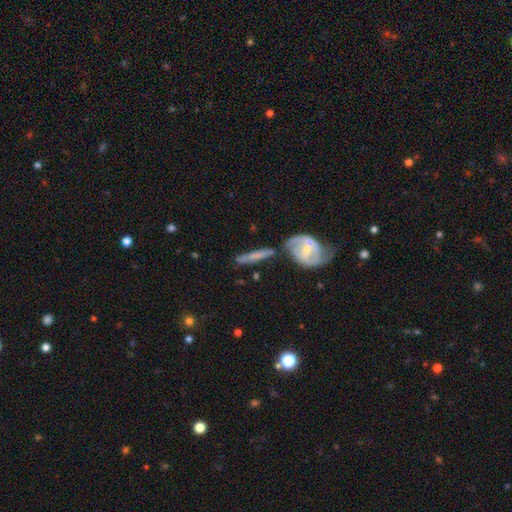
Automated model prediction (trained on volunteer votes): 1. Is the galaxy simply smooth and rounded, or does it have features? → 52% featured or disk, 40% smooth, 7% star or artifact.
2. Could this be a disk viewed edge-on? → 51% no, 49% yes.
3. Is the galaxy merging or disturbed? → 53% none, 22% merger, 17% minor disturbance, 7% major disturbance.